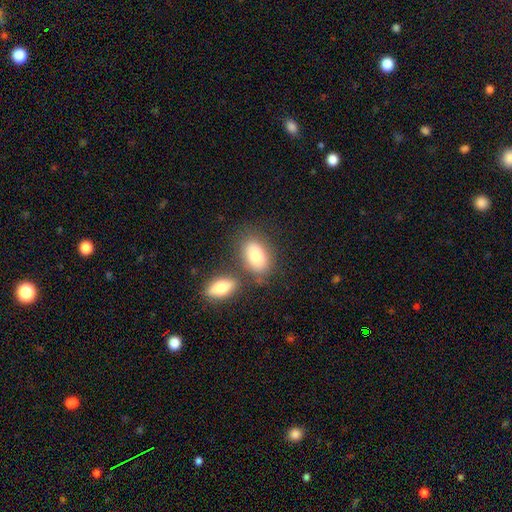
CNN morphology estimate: smooth 85%, featured or disk 8%, star or artifact 7%. Down the decision tree: how rounded — in between (90%); merging — none (59%).